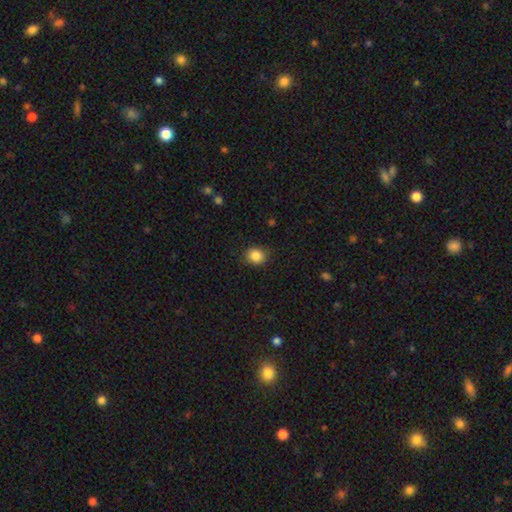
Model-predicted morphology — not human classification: This is clearly a smooth galaxy (87%). How rounded: likely round (73%). Merging: clearly none (87%).